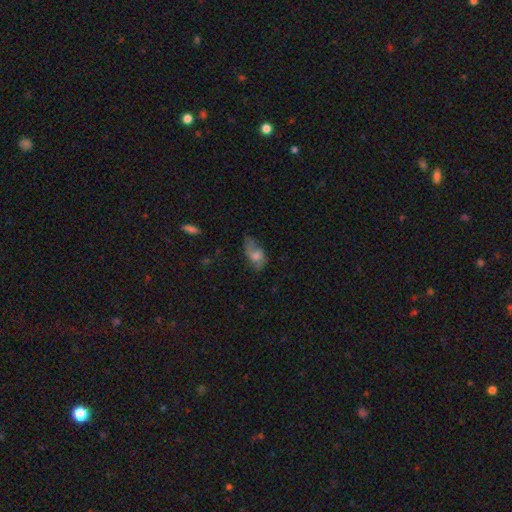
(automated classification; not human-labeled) Q: Smooth or featured?
A: smooth (47%); runner-up: featured or disk (42%)
Q: Merging?
A: none (48%); runner-up: minor disturbance (29%)